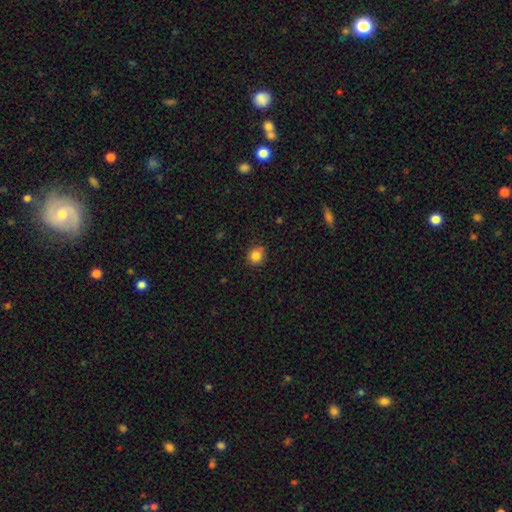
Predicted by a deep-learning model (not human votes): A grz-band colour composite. It shows a smooth galaxy with no disk features (84%) that is round (79%). Merging: none (81%).